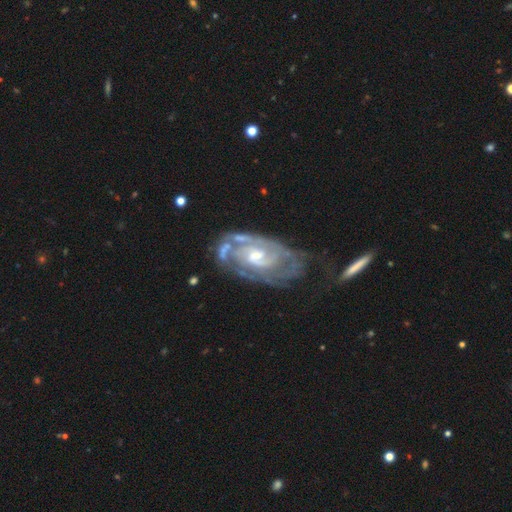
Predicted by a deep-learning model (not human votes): A featured or disk galaxy (88%) with no bar (48%), 2 (38%) tight (63%) spiral arms (94%) and a moderate central bulge (52%).

Vote fractions:
- Smooth or featured? featured or disk: 88% / smooth: 7% / star or artifact: 5%
- Edge-on disk? no: 96% / yes: 4%
- Bar? no: 48% / weak: 42% / strong: 10%
- Spiral arms? yes: 94% / no: 6%
- Spiral winding? tight: 63% / medium: 31% / loose: 7%
- Spiral arm count? 2: 38% / can't tell: 32% / 3: 15% / 4: 6% / 1: 5% / more than 4: 4%
- Bulge size? moderate: 52% / small: 39% / large: 5% / none: 3% / dominant: 1%
- Merging? none: 51% / minor disturbance: 26% / major disturbance: 16% / merger: 7%